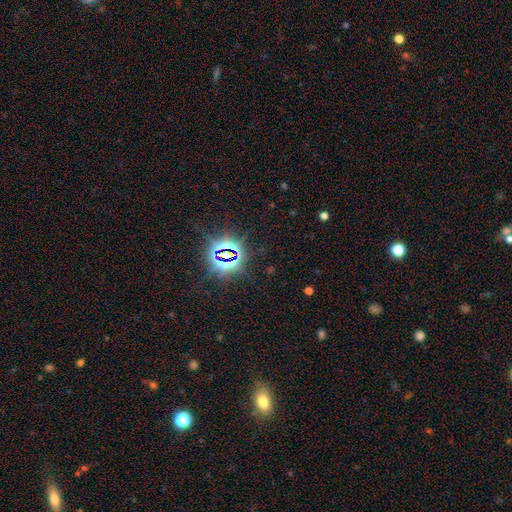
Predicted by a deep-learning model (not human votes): Smooth or featured?
  - star or artifact: 78% *
  - smooth: 14%
  - featured or disk: 8%